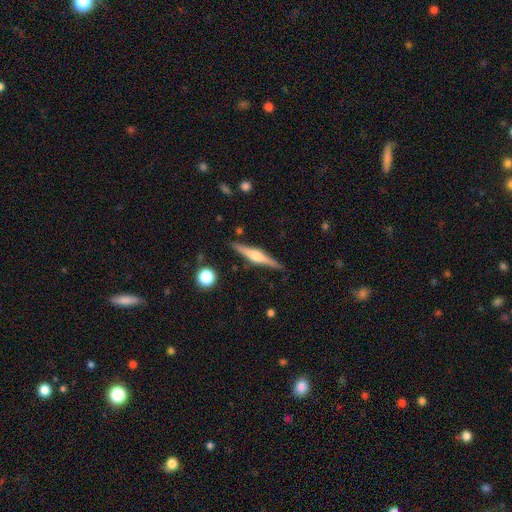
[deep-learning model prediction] Morphology: type=featured or disk (73%); edge-on=yes (98%); edge-on bulge=rounded (86%); merging=none (89%).